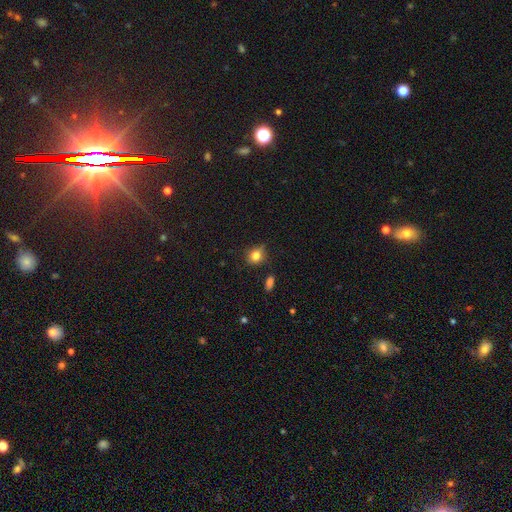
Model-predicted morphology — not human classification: type=smooth (81%); roundness=round (66%); merging=none (67%).